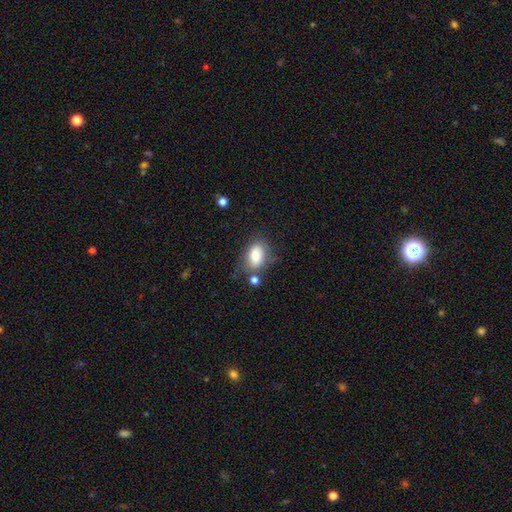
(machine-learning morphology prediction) Overall: smooth (82%). How rounded: in between (88%). Merging: none (54%; minor disturbance 25%).